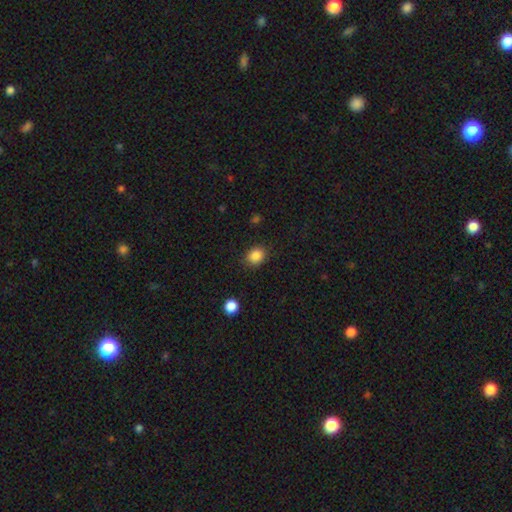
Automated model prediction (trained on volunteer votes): Smooth or featured? smooth (86%)
How rounded? round (60%)
Merging? none (86%)